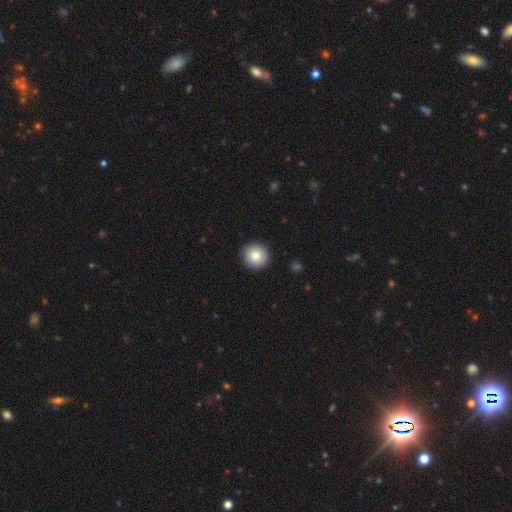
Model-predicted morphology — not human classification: smooth-or-featured: smooth: 84% | star or artifact: 8% | featured or disk: 8%
  how-rounded: round: 93% | in between: 6% | cigar-shaped: 1%
  merging: none: 93% | minor disturbance: 5% | major disturbance: 1% | merger: 1%